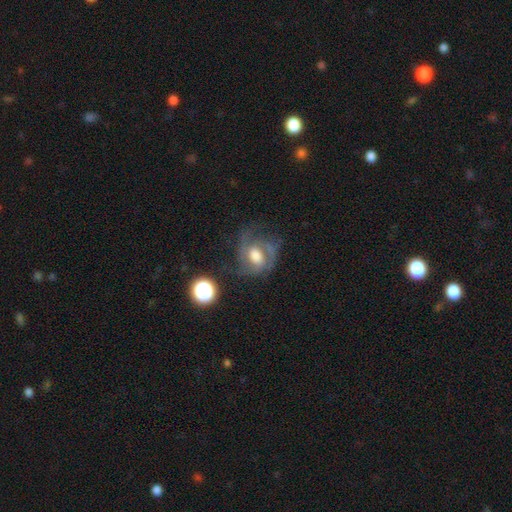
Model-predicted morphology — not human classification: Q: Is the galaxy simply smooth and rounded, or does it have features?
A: featured or disk — 77%.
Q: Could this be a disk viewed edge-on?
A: no — 98%.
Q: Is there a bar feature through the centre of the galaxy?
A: no — 53%.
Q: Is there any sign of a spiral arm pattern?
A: yes — 92%.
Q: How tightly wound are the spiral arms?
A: medium — 50%.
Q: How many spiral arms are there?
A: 2 — 62%.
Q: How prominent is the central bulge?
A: moderate — 44%.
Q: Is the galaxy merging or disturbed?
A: none — 53%.